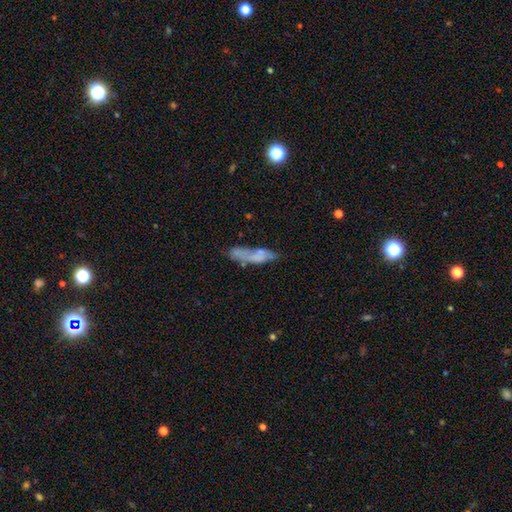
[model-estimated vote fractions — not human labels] Overall: smooth (54%; featured or disk 35%). How rounded: cigar-shaped (70%). Merging: none (52%; minor disturbance 26%).